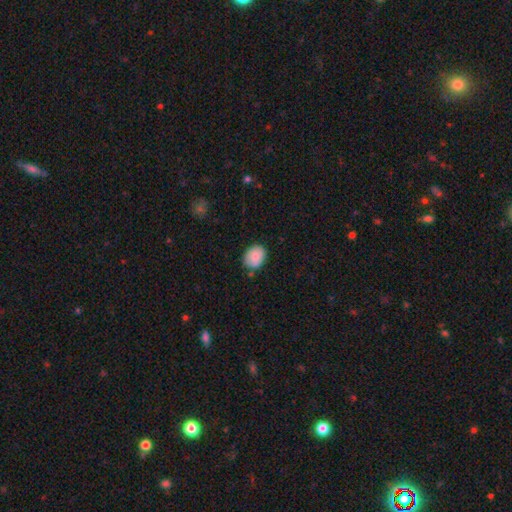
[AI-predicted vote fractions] Smooth or featured? Predicted: smooth (p=0.84). How rounded? Predicted: in between (p=0.59). Merging? Predicted: none (p=0.76).